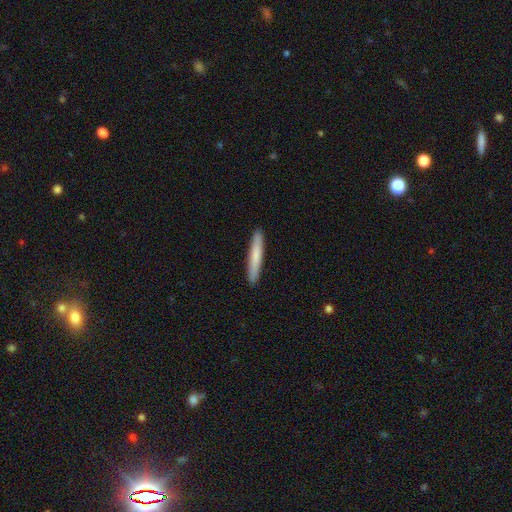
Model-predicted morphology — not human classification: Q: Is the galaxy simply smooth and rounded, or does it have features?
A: smooth — 73%.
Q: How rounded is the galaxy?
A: cigar-shaped — 95%.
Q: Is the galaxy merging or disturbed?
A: none — 92%.